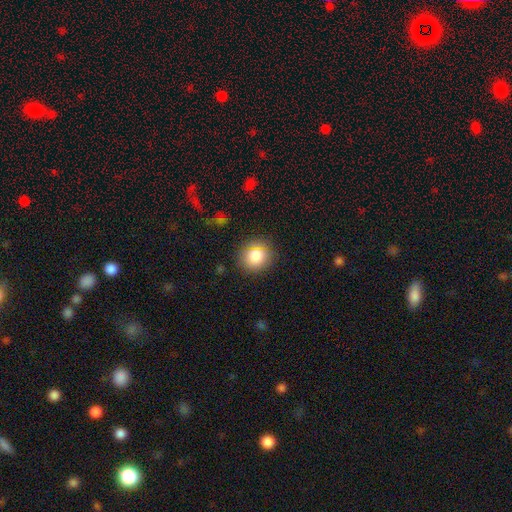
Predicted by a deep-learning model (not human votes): Overall: smooth (80%). How rounded: round (86%). Merging: none (85%).